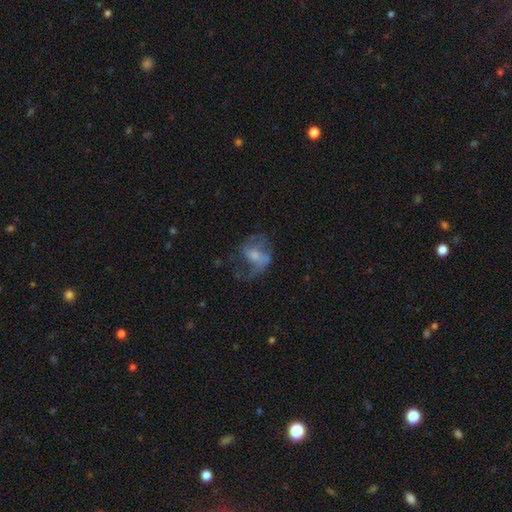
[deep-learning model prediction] featured or disk 63%, smooth 27%, star or artifact 10%. Down the decision tree: edge-on disk — no (97%); bar — no (59%); spiral arms — yes (69%); bulge size — small (43%); merging — none (38%, tied with major disturbance).